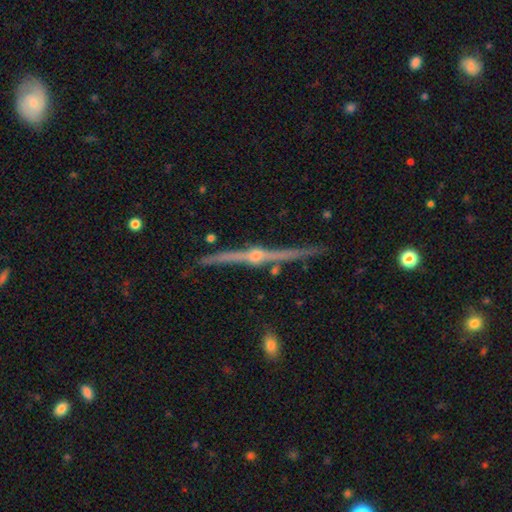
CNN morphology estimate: type=featured or disk (89%); edge-on=yes (98%); edge-on bulge=rounded (92%); merging=none (89%).